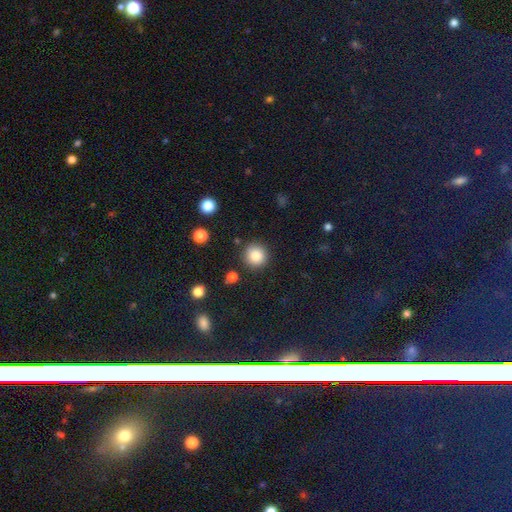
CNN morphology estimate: A smooth galaxy with no disk features (85%) that is round (93%).

Vote fractions:
- Smooth or featured? smooth: 85% / star or artifact: 10% / featured or disk: 5%
- How rounded? round: 93% / in between: 6% / cigar-shaped: 1%
- Merging? none: 87% / minor disturbance: 8% / major disturbance: 3% / merger: 2%